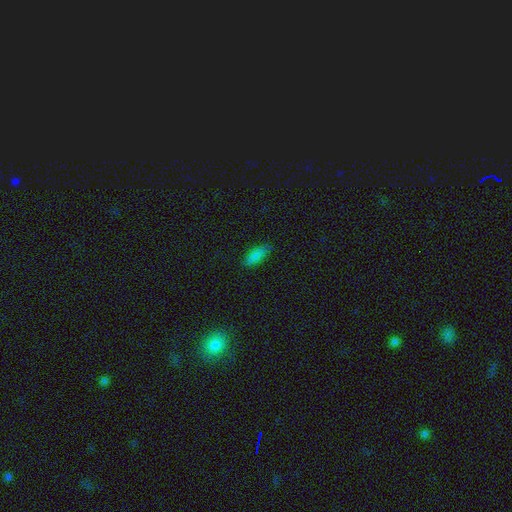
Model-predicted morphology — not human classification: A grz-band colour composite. It shows a smooth galaxy with no disk features (84%) that is in between round and cigar-shaped (78%). Merging: none (81%).